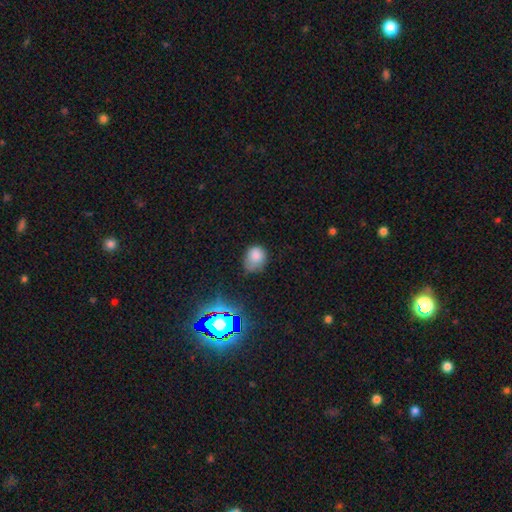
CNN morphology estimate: smooth-or-featured: smooth: 78% | star or artifact: 14% | featured or disk: 8%
  how-rounded: round: 54% | in between: 45% | cigar-shaped: 1%
  merging: none: 51% | minor disturbance: 35% | major disturbance: 11% | merger: 3%